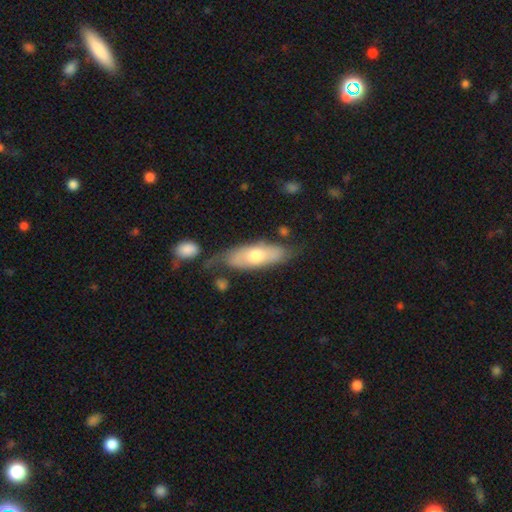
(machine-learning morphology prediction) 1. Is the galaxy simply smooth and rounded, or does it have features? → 57% smooth, 38% featured or disk, 5% star or artifact.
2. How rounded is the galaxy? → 65% in between, 32% cigar-shaped, 2% round.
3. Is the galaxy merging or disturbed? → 56% none, 24% minor disturbance, 10% major disturbance, 10% merger.